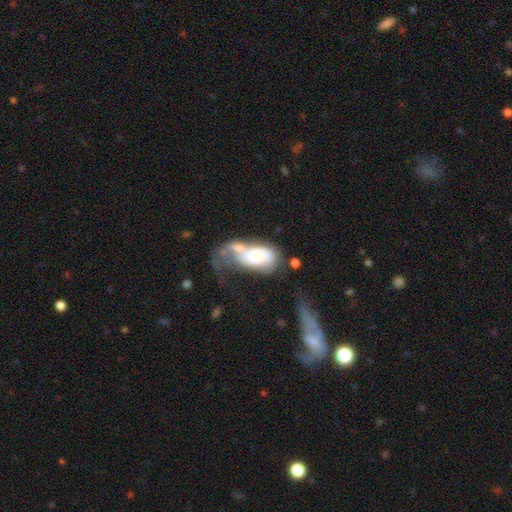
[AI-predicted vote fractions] smooth_or_featured: smooth (p=0.49) [alt: featured or disk p=0.44]
merging: major disturbance (p=0.39) [alt: merger p=0.36]